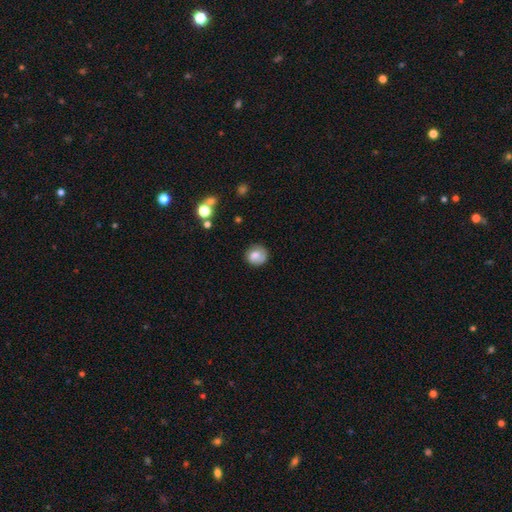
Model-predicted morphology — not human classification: A smooth galaxy with no disk features (76%) that is round (86%).

Vote fractions:
- Smooth or featured? smooth: 76% / featured or disk: 15% / star or artifact: 9%
- How rounded? round: 86% / in between: 13% / cigar-shaped: 1%
- Merging? none: 75% / minor disturbance: 18% / major disturbance: 5% / merger: 2%